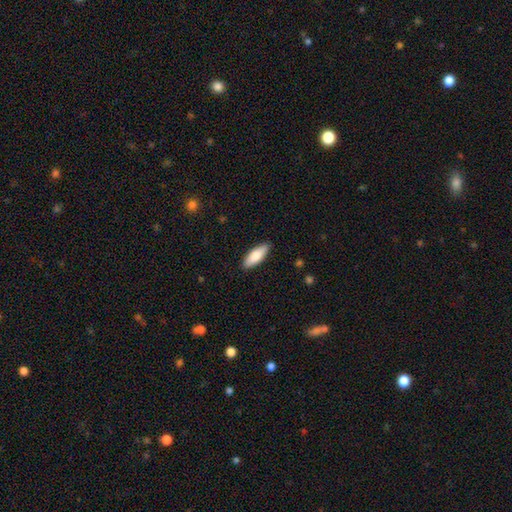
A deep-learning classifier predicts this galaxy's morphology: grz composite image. It shows a smooth galaxy with no disk features (81%) that is in between round and cigar-shaped (68%). Merging: none (88%).